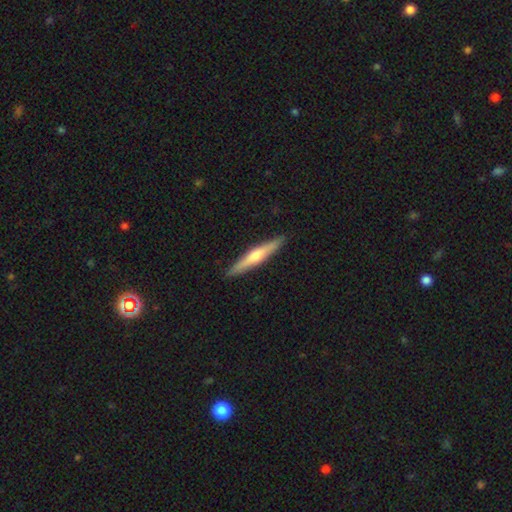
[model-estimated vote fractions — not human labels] Smooth or featured: featured or disk — 57% (smooth — 38%)
Edge-on disk: yes — 97% (no — 3%)
Edge-on bulge: rounded — 84% (none — 11%)
Merging: none — 92% (minor disturbance — 6%)